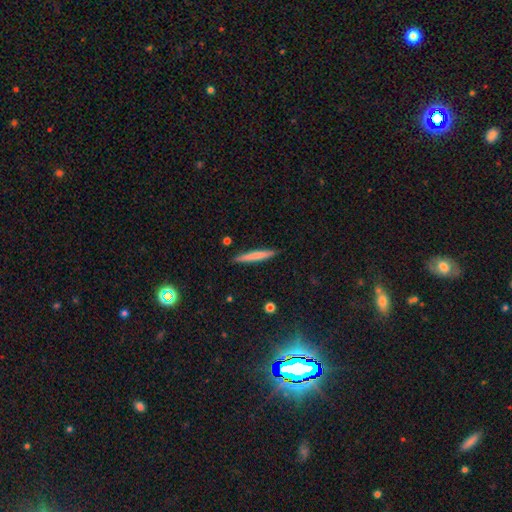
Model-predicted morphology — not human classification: Smooth or featured: smooth — 69% (featured or disk — 25%)
How rounded: cigar-shaped — 96% (in between — 3%)
Merging: none — 90% (minor disturbance — 7%)